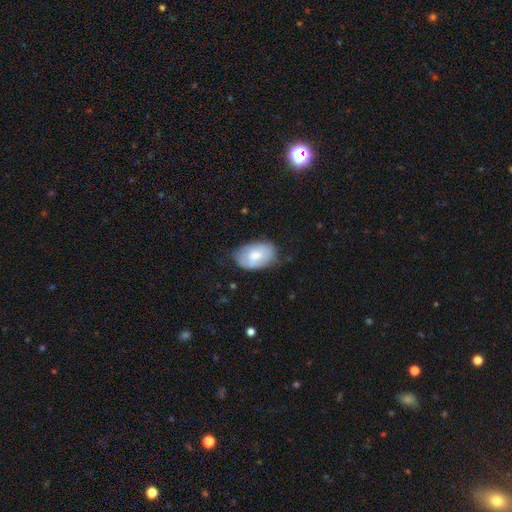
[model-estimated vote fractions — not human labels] smooth-or-featured: smooth: 67% | featured or disk: 27% | star or artifact: 6%
  how-rounded: in between: 91% | round: 8% | cigar-shaped: 1%
  merging: none: 65% | minor disturbance: 27% | major disturbance: 6% | merger: 1%